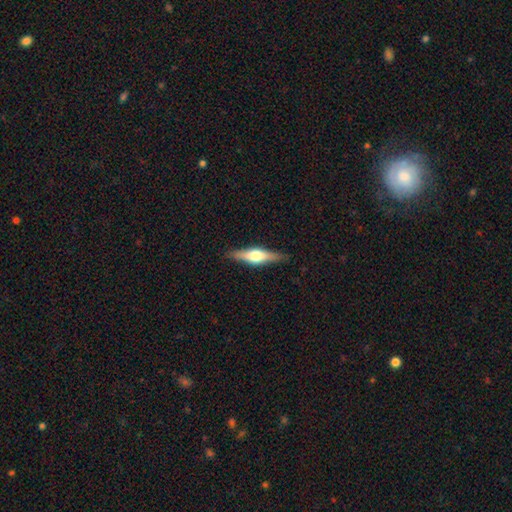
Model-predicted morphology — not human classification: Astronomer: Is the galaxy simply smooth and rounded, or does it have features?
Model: featured or disk — 61%.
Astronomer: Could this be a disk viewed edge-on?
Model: yes — 95%.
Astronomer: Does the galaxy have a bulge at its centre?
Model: rounded — 92%.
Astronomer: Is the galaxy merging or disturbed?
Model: none — 88%.